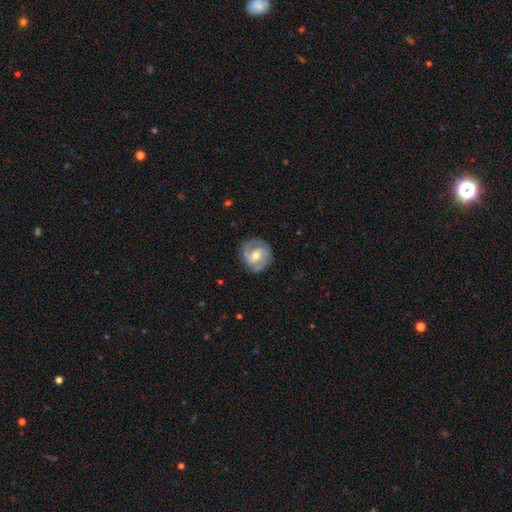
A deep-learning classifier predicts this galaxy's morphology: A featured or disk galaxy (79%) with a weak bar (46%), 2 (79%) tight (47%) spiral arms (93%) and a moderate central bulge (63%). Merging: none (81%).